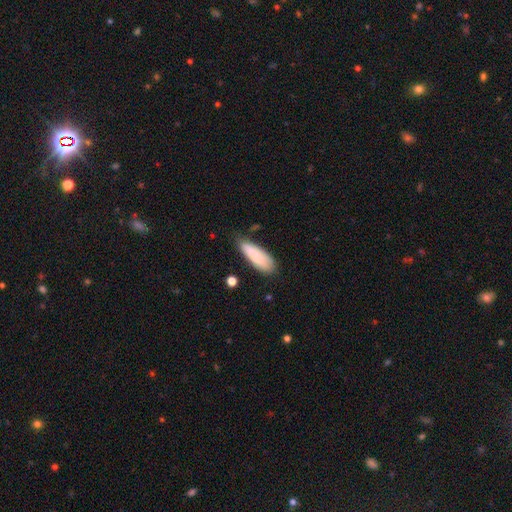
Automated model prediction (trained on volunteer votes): This is likely a smooth galaxy (78%). How rounded: likely in between (62%). Merging: likely none (68%).